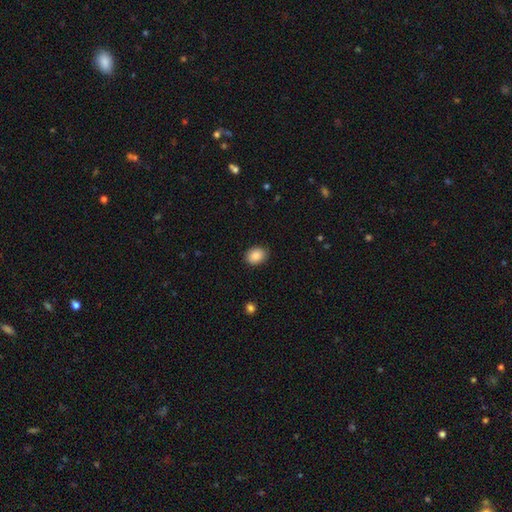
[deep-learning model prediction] smooth-or-featured: smooth: 88% | star or artifact: 8% | featured or disk: 4%
  how-rounded: in between: 62% | round: 37% | cigar-shaped: 1%
  merging: none: 87% | minor disturbance: 10% | major disturbance: 2% | merger: 1%